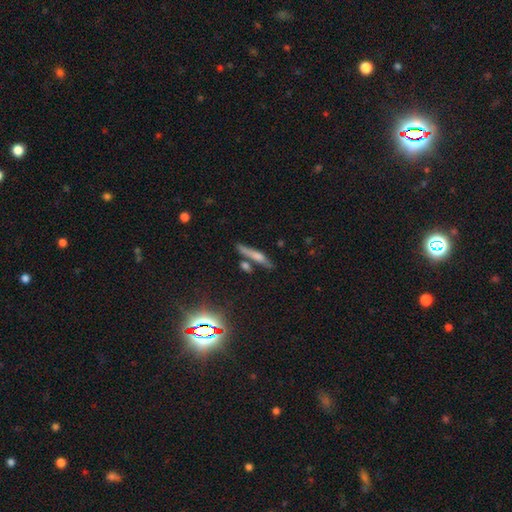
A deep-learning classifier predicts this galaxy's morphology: smooth_or_featured: smooth (p=0.57) [alt: featured or disk p=0.32]
how_rounded: cigar-shaped (p=0.85) [alt: in between p=0.12]
merging: none (p=0.64) [alt: minor disturbance p=0.16]